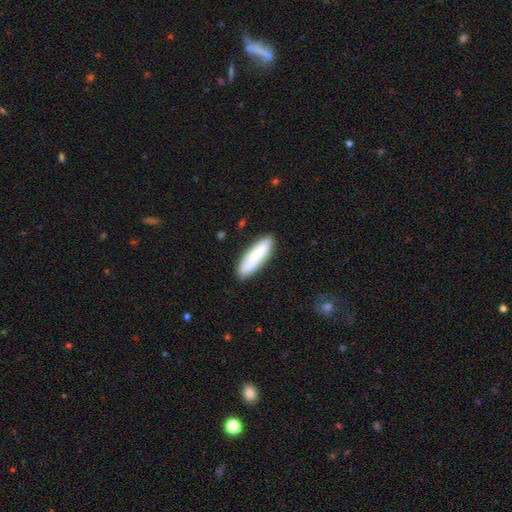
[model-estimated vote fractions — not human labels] Smooth or featured: smooth — 70% (featured or disk — 24%)
How rounded: cigar-shaped — 58% (in between — 40%)
Merging: none — 83% (minor disturbance — 12%)